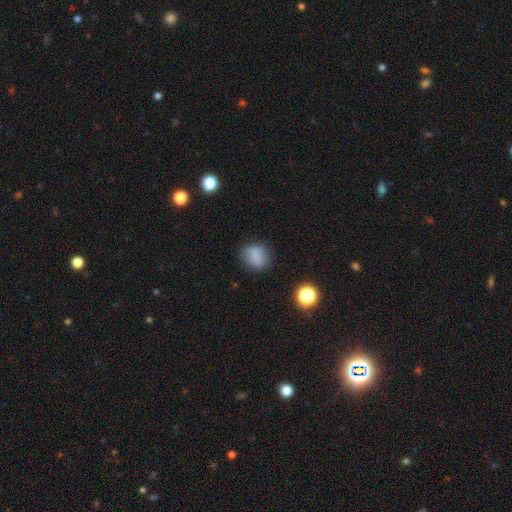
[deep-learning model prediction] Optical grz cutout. It shows a smooth galaxy with no disk features (82%) that is round (72%). Merging: none (81%).